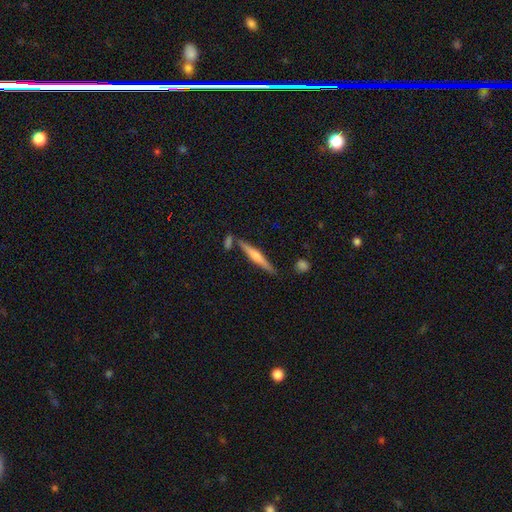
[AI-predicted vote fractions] This appears to be a featured or disk galaxy (60%) viewed edge-on (97%) with a rounded central bulge (74%). Merging: none (82%).